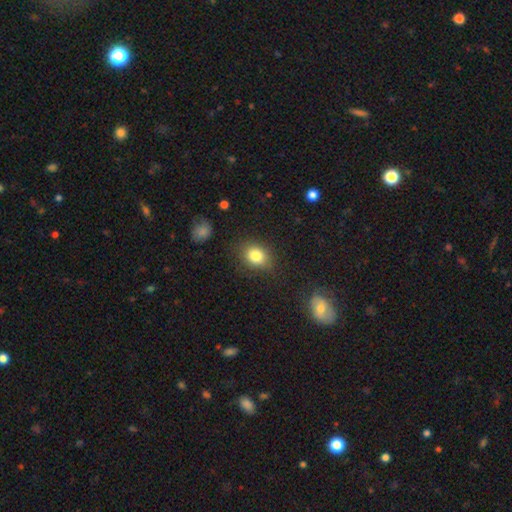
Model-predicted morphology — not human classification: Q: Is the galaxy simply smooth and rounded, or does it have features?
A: smooth — 82%.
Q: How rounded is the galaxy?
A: in between — 53%.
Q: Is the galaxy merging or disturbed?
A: none — 79%.